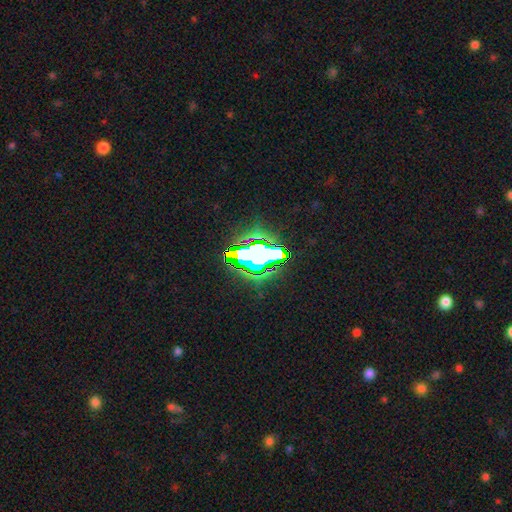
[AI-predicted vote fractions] smooth_or_featured: star or artifact (p=0.55) [alt: smooth p=0.23]